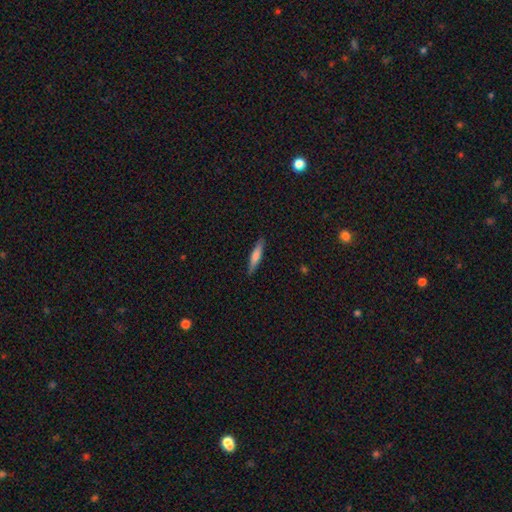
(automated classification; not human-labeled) Smooth or featured: smooth — 67% (featured or disk — 27%)
How rounded: cigar-shaped — 87% (in between — 12%)
Merging: none — 89% (minor disturbance — 8%)